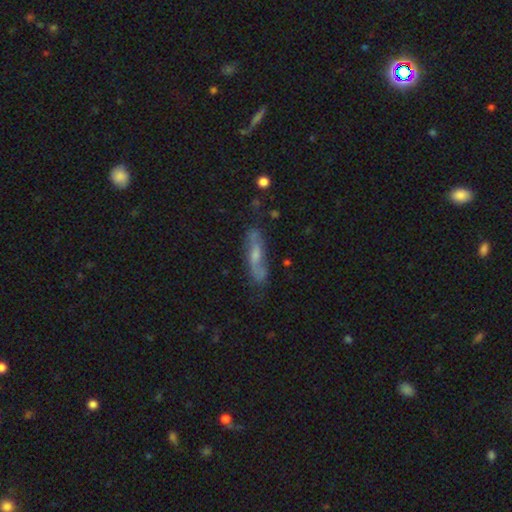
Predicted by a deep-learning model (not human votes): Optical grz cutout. It shows a featured or disk galaxy (62%). Merging: none (71%).